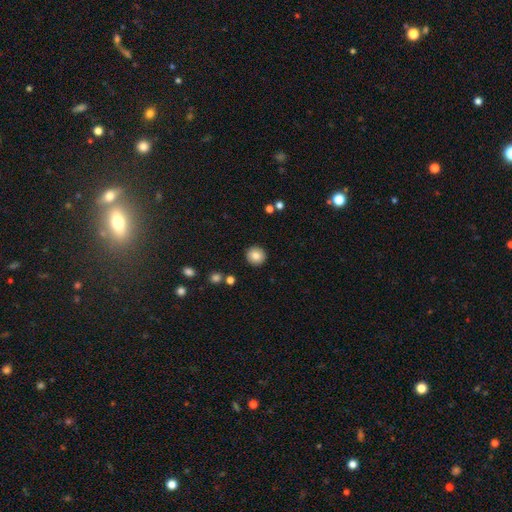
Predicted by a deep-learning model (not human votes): Smooth or featured?
  - smooth: 83% *
  - star or artifact: 9%
  - featured or disk: 8%
How rounded?
  - round: 93% *
  - in between: 6%
  - cigar-shaped: 1%
Merging?
  - none: 92% *
  - minor disturbance: 5%
  - major disturbance: 2%
  - merger: 1%